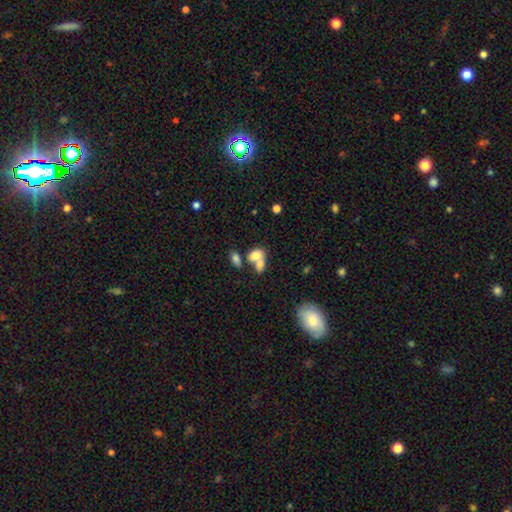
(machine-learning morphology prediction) Smooth or featured? smooth (76%)
How rounded? in between (81%)
Merging? merger (61%)